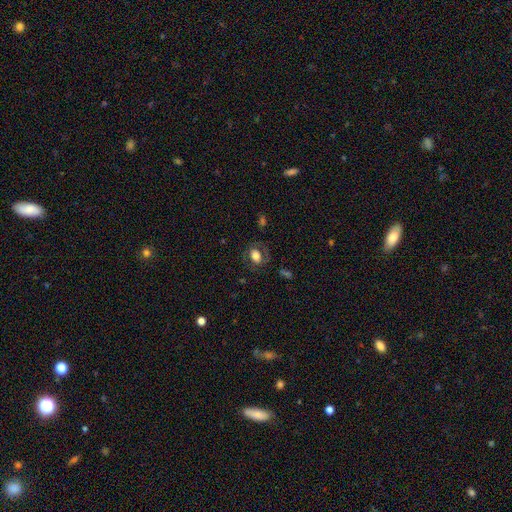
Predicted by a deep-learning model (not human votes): A smooth galaxy with no disk features (59%) that is in between round and cigar-shaped (71%).

Vote fractions:
- Smooth or featured? smooth: 59% / featured or disk: 32% / star or artifact: 9%
- How rounded? in between: 71% / round: 27% / cigar-shaped: 2%
- Merging? none: 70% / minor disturbance: 16% / major disturbance: 12% / merger: 2%